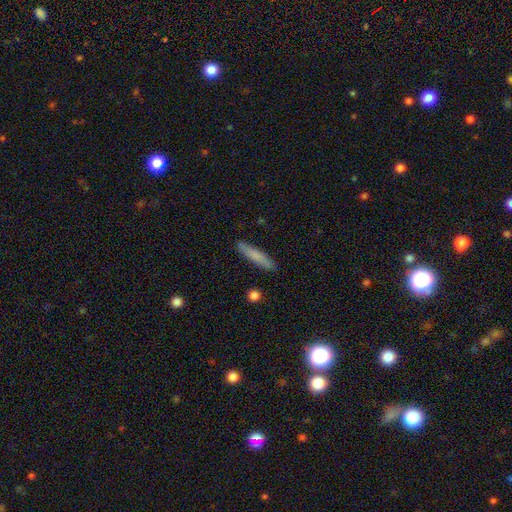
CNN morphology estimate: Overall: smooth (75%). How rounded: cigar-shaped (91%). Merging: none (88%).